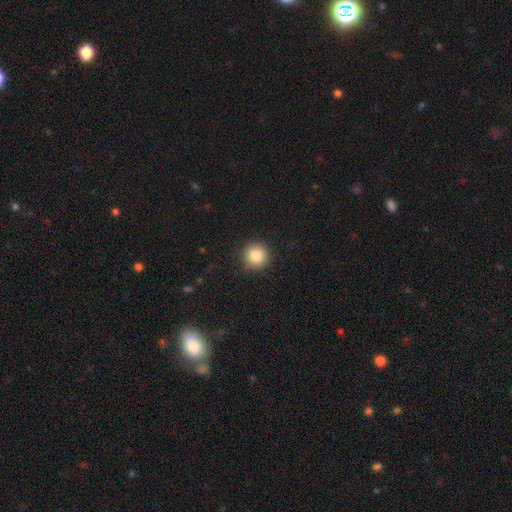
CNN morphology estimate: smooth-or-featured: smooth: 84% | star or artifact: 10% | featured or disk: 6%
  how-rounded: round: 95% | in between: 4% | cigar-shaped: 1%
  merging: none: 90% | minor disturbance: 7% | major disturbance: 2% | merger: 1%